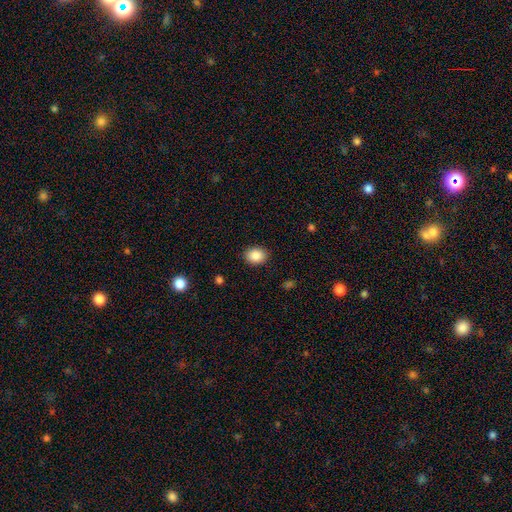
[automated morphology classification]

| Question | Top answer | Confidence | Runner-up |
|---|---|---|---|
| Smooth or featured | smooth | 87% | star or artifact (8%) |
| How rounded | in between | 54% | round (45%) |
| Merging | none | 89% | minor disturbance (8%) |